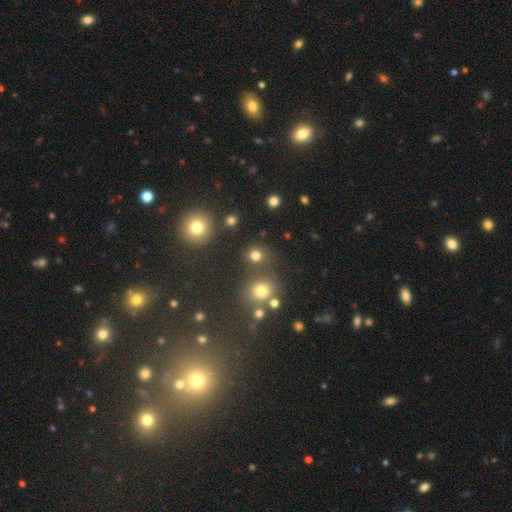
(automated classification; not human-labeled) smooth_or_featured: smooth (p=0.75) [alt: star or artifact p=0.19]
how_rounded: round (p=0.83) [alt: in between p=0.16]
merging: none (p=0.71) [alt: merger p=0.15]